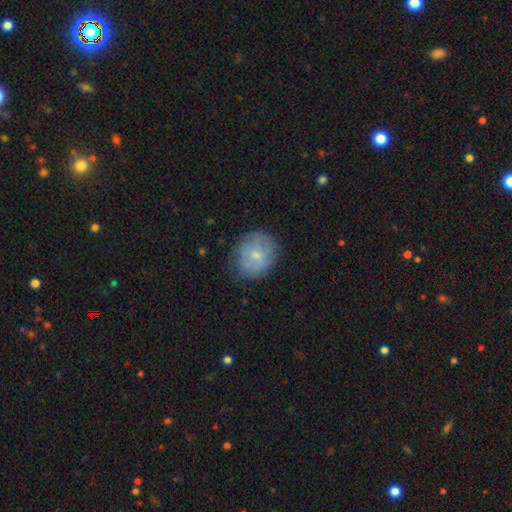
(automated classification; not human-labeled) smooth 64%, featured or disk 29%, star or artifact 8%. Down the decision tree: how rounded — round (80%); merging — none (77%).